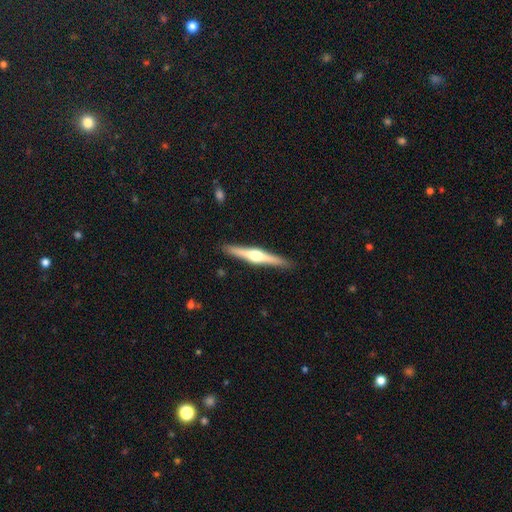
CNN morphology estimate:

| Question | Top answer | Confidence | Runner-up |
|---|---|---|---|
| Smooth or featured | featured or disk | 73% | smooth (22%) |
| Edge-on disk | yes | 98% | no (2%) |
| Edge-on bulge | rounded | 93% | boxy (4%) |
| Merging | none | 91% | minor disturbance (7%) |